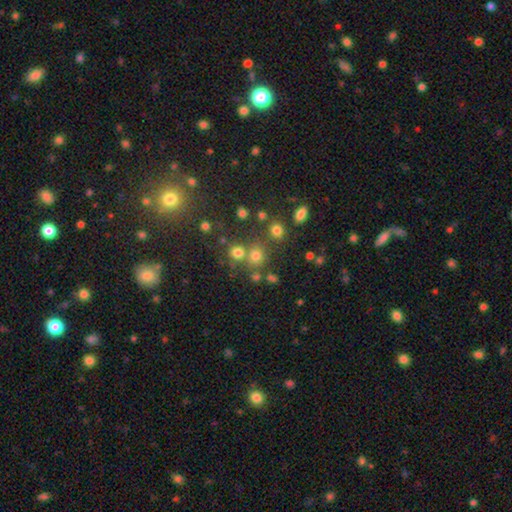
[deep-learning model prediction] Smooth or featured: smooth — 72% (star or artifact — 20%)
How rounded: round — 83% (in between — 16%)
Merging: none — 61% (merger — 25%)